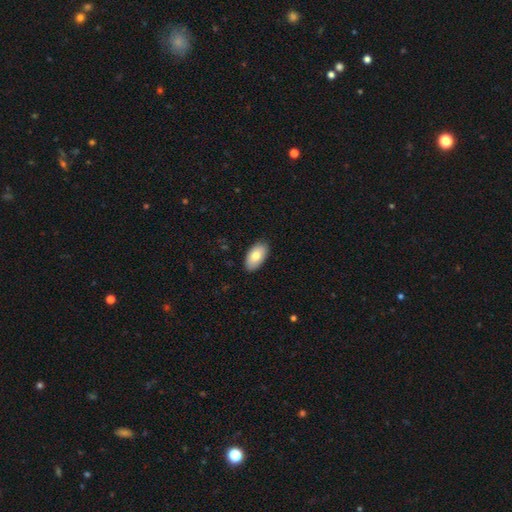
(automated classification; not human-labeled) Morphology: type=smooth (78%); roundness=in between (95%); merging=none (88%).